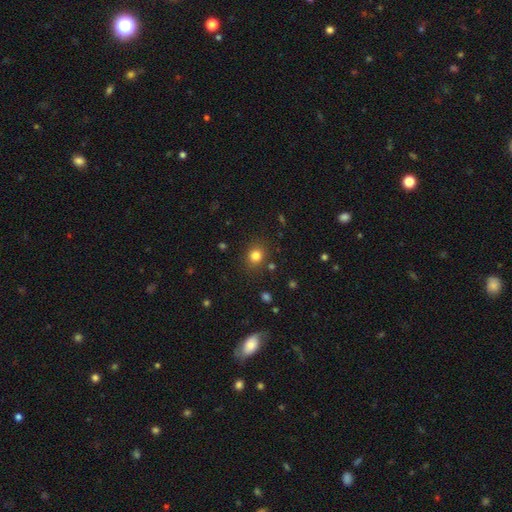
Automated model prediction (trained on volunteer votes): A smooth galaxy with no disk features (81%) that is round (76%).

Vote fractions:
- Smooth or featured? smooth: 81% / star or artifact: 13% / featured or disk: 6%
- How rounded? round: 76% / in between: 23% / cigar-shaped: 1%
- Merging? none: 85% / minor disturbance: 9% / major disturbance: 3% / merger: 3%